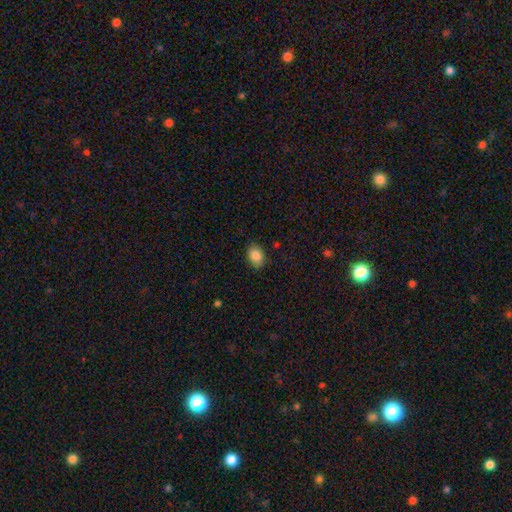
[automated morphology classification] Smooth or featured: smooth — 87% (star or artifact — 8%)
How rounded: in between — 69% (round — 30%)
Merging: none — 85% (minor disturbance — 12%)